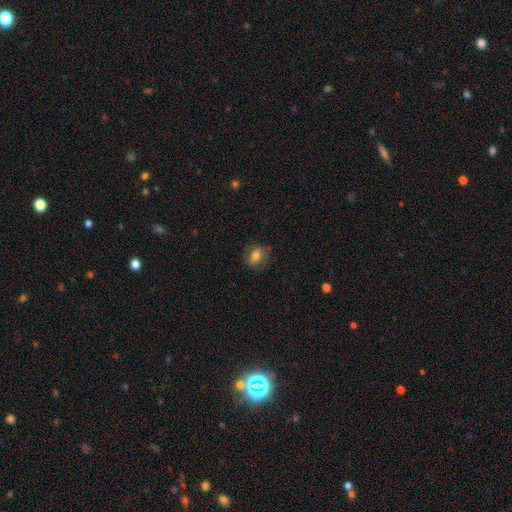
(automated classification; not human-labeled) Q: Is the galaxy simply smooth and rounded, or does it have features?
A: smooth — 69%.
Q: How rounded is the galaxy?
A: in between — 52%.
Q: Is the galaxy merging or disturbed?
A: none — 76%.